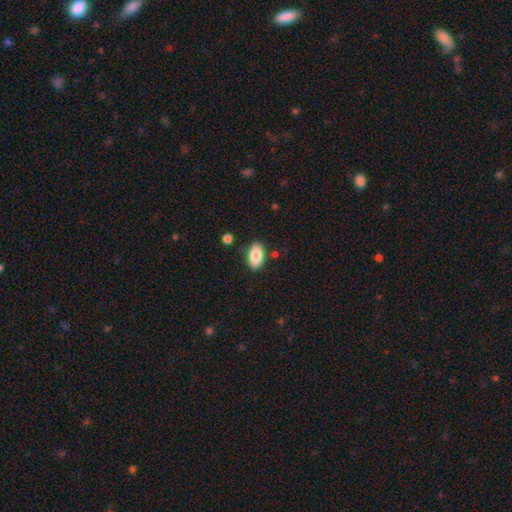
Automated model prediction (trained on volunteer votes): Smooth or featured: smooth — 87% (star or artifact — 7%)
How rounded: in between — 93% (cigar-shaped — 4%)
Merging: none — 83% (minor disturbance — 12%)